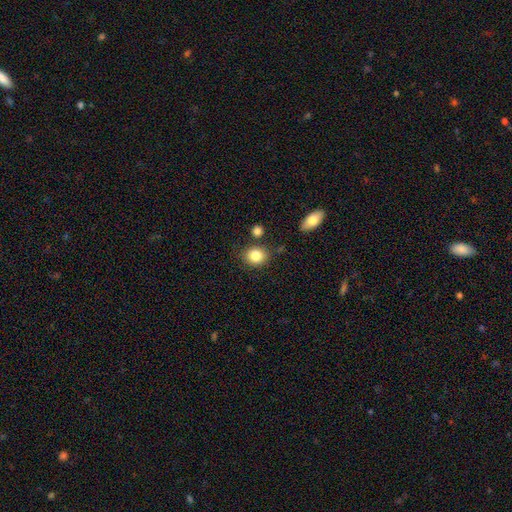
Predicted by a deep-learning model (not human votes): This is clearly a smooth galaxy (84%). How rounded: likely round (68%). Merging: likely none (79%).